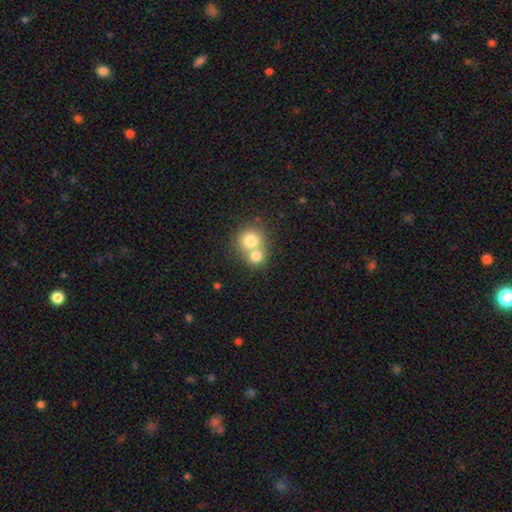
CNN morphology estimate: Q: Smooth or featured?
A: smooth (75%); runner-up: featured or disk (15%)
Q: How rounded?
A: round (81%); runner-up: in between (18%)
Q: Merging?
A: merger (61%); runner-up: none (32%)